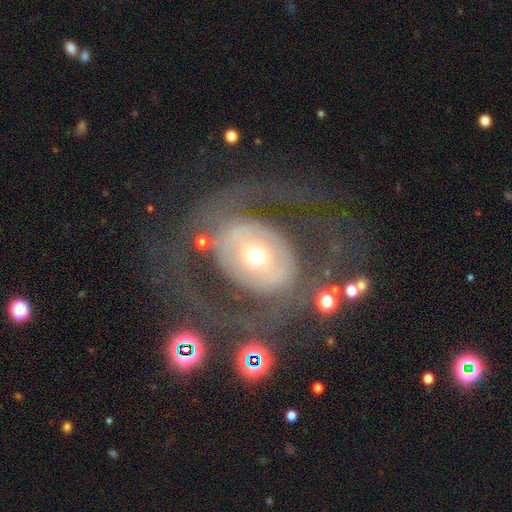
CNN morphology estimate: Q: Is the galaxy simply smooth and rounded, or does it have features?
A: featured or disk — 65%.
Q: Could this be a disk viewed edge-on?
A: no — 94%.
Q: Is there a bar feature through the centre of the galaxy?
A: no — 66%.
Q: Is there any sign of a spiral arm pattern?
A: no — 56%.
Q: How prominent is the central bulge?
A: moderate — 63%.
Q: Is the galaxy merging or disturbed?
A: none — 61%.